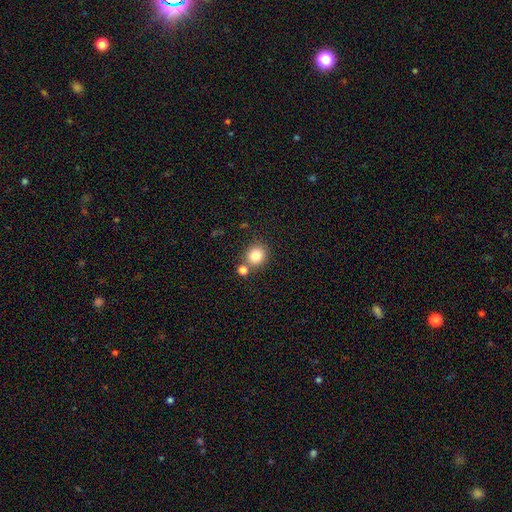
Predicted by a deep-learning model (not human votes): smooth_or_featured: smooth (p=0.83) [alt: star or artifact p=0.11]
how_rounded: round (p=0.85) [alt: in between p=0.14]
merging: none (p=0.69) [alt: merger p=0.19]